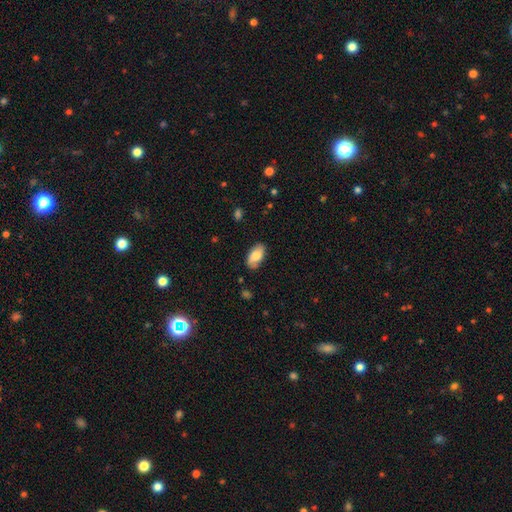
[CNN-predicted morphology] Smooth or featured: smooth — 71% (featured or disk — 22%)
How rounded: in between — 93% (round — 4%)
Merging: none — 80% (minor disturbance — 16%)